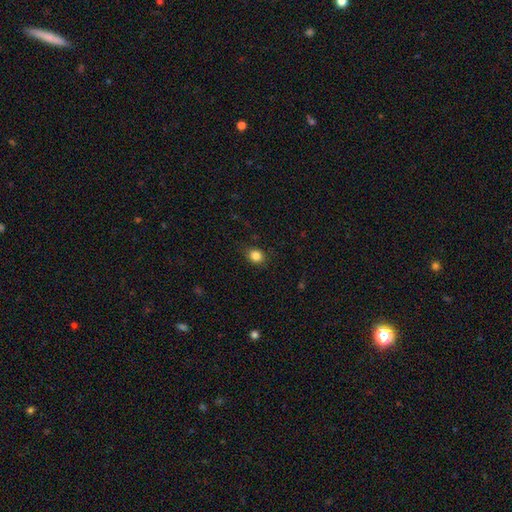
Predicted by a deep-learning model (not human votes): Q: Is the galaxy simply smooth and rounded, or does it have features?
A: smooth — 85%.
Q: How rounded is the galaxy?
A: round — 66%.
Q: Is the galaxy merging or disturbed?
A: none — 86%.